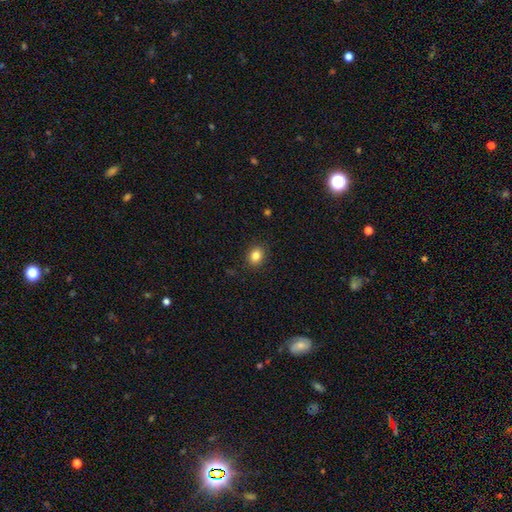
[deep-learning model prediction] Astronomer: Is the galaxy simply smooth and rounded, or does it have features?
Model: smooth — 84%.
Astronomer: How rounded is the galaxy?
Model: in between — 53% (runner-up: round, 46%).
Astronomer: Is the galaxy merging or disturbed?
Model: none — 89%.